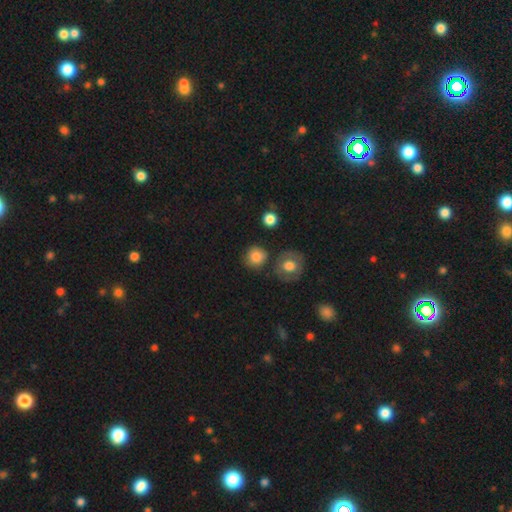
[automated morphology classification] This appears to be a smooth galaxy with no disk features (81%) that is round (88%). Merging: none (76%).